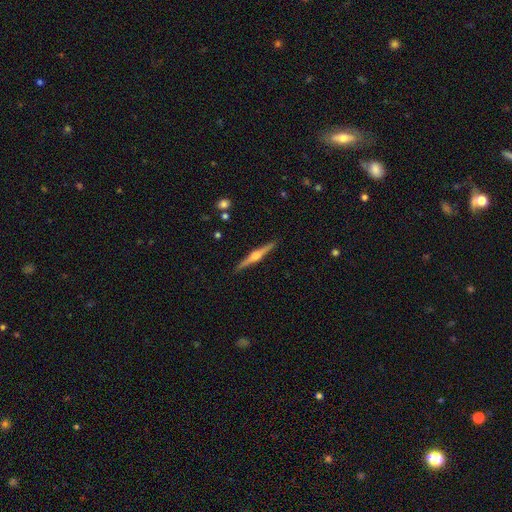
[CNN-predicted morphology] Smooth or featured?
  - featured or disk: 78% *
  - smooth: 16%
  - star or artifact: 6%
Edge-on disk?
  - yes: 98% *
  - no: 2%
Edge-on bulge?
  - rounded: 89% *
  - boxy: 8%
  - none: 3%
Merging?
  - none: 91% *
  - minor disturbance: 6%
  - major disturbance: 1%
  - merger: 1%